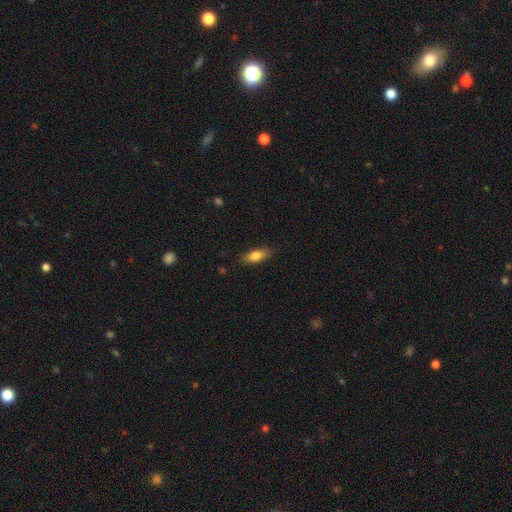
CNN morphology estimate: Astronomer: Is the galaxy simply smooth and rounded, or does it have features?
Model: smooth — 76%.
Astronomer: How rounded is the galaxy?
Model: in between — 70%.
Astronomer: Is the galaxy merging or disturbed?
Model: none — 85%.